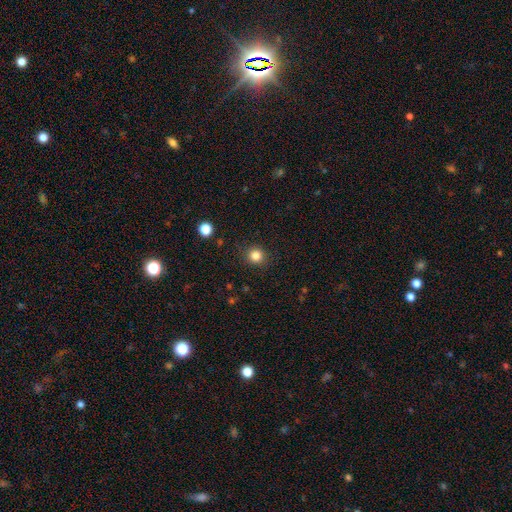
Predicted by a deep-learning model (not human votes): Smooth or featured? Predicted: smooth (p=0.83). How rounded? Predicted: round (p=0.90). Merging? Predicted: none (p=0.90).